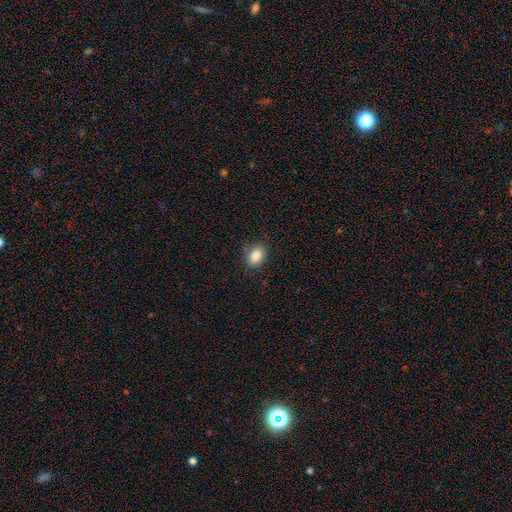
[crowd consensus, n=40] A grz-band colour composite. It shows a smooth galaxy with no disk features (90%) that is in between round and cigar-shaped (69%). Merging: none (82%).